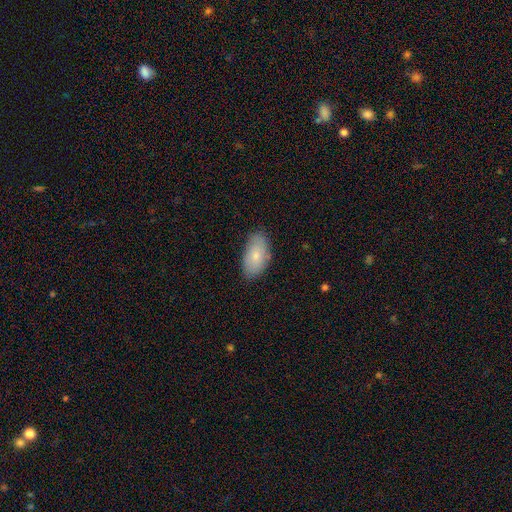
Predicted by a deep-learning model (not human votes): smooth-or-featured: smooth: 80% | featured or disk: 14% | star or artifact: 6%
  how-rounded: in between: 94% | round: 3% | cigar-shaped: 3%
  merging: none: 81% | minor disturbance: 15% | major disturbance: 3% | merger: 1%